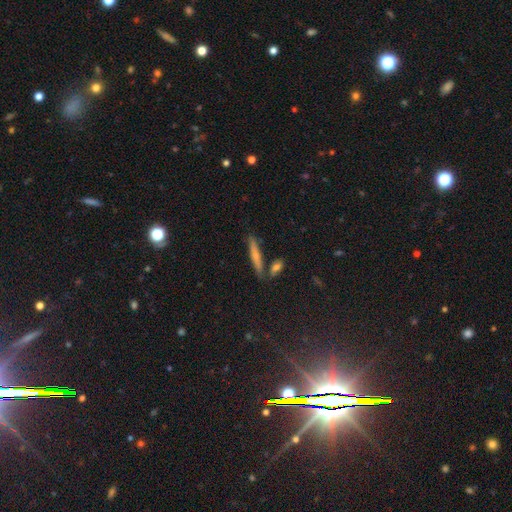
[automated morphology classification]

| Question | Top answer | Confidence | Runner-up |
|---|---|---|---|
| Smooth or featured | smooth | 60% | featured or disk (31%) |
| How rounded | cigar-shaped | 89% | in between (8%) |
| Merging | none | 80% | minor disturbance (10%) |